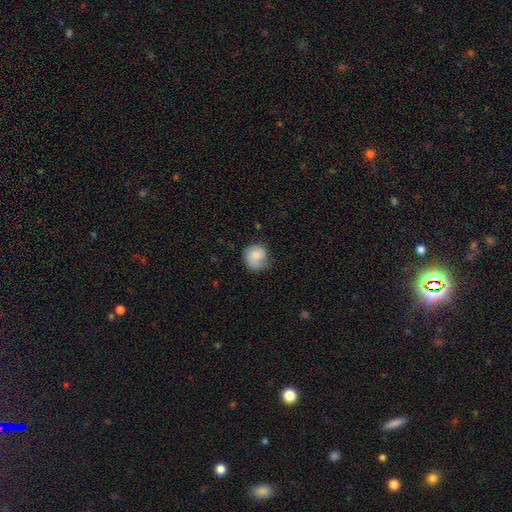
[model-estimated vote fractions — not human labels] Smooth or featured? Predicted: smooth (p=0.64). How rounded? Predicted: round (p=0.82). Merging? Predicted: none (p=0.63).